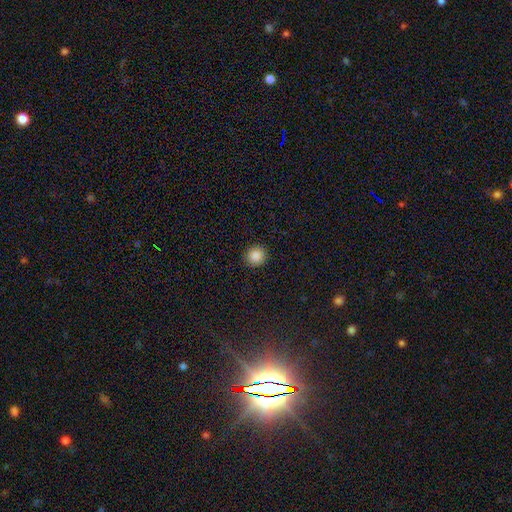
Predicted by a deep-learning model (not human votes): Smooth or featured? Predicted: smooth (p=0.87). How rounded? Predicted: round (p=0.92). Merging? Predicted: none (p=0.92).